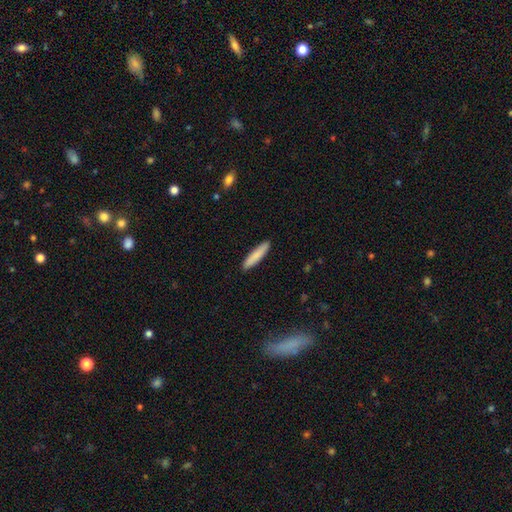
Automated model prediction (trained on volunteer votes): A smooth galaxy with no disk features (83%) that is cigar-shaped (87%).

Vote fractions:
- Smooth or featured? smooth: 83% / featured or disk: 11% / star or artifact: 6%
- How rounded? cigar-shaped: 87% / in between: 11% / round: 1%
- Merging? none: 91% / minor disturbance: 7% / major disturbance: 1% / merger: 1%